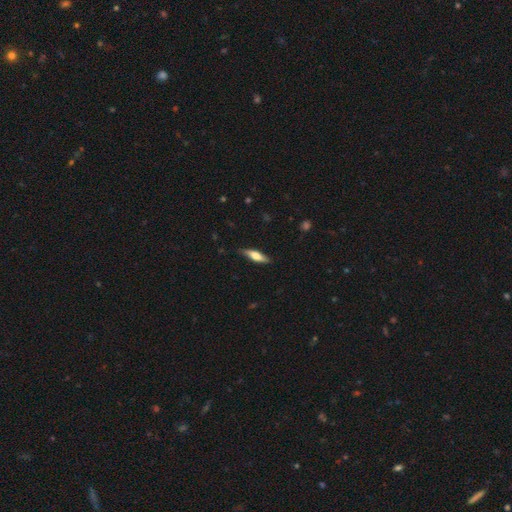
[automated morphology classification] Overall: smooth (54%; featured or disk 40%). How rounded: cigar-shaped (60%; in between 38%). Merging: none (81%).